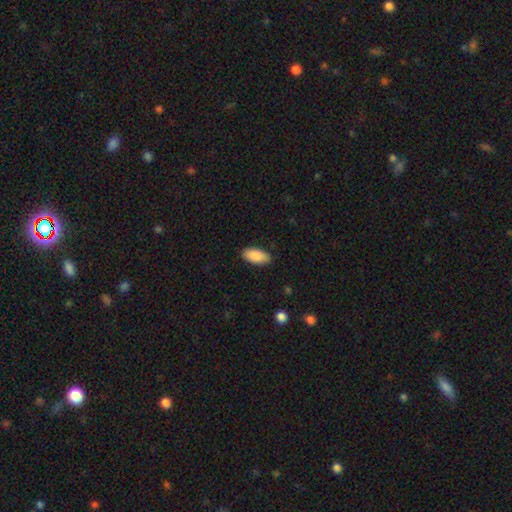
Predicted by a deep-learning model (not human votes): smooth 89%, star or artifact 6%, featured or disk 5%. Down the decision tree: how rounded — in between (92%); merging — none (87%).